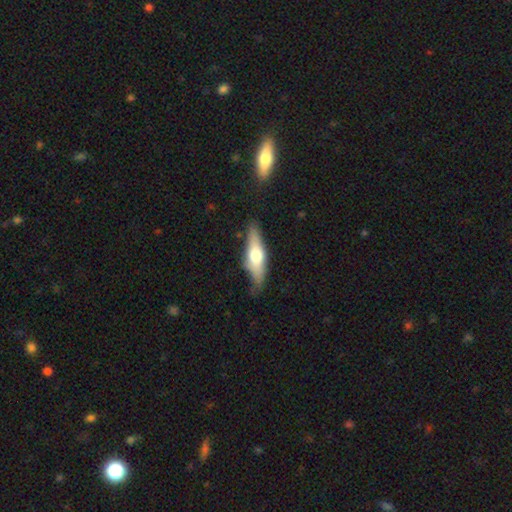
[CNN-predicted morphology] smooth 51%, featured or disk 44%, star or artifact 6%. Down the decision tree: how rounded — cigar-shaped (56%); merging — none (70%).